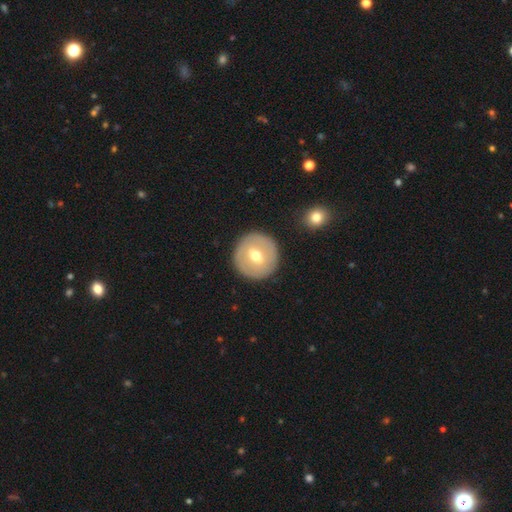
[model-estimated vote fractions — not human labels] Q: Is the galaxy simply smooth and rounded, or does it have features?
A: smooth — 49%.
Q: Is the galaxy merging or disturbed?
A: none — 88%.